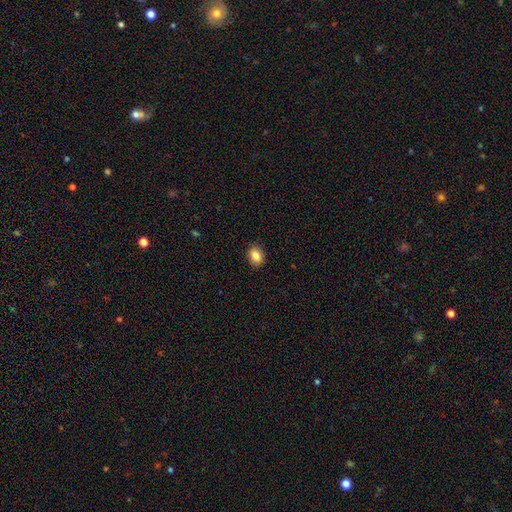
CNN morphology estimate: smooth 86%, star or artifact 9%, featured or disk 5%. Down the decision tree: how rounded — in between (67%); merging — none (89%).